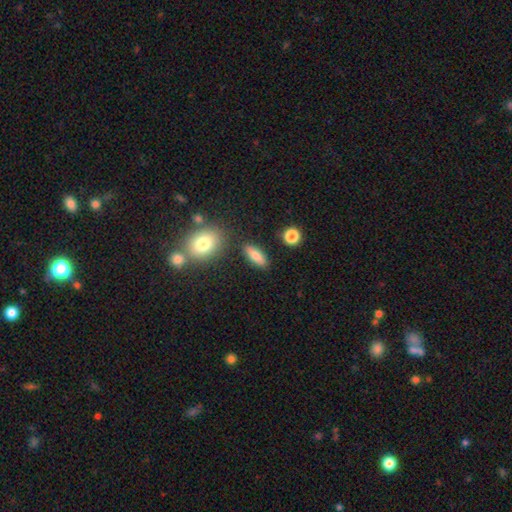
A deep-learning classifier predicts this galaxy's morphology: smooth 78%, featured or disk 14%, star or artifact 8%. Down the decision tree: how rounded — in between (66%); merging — none (84%).